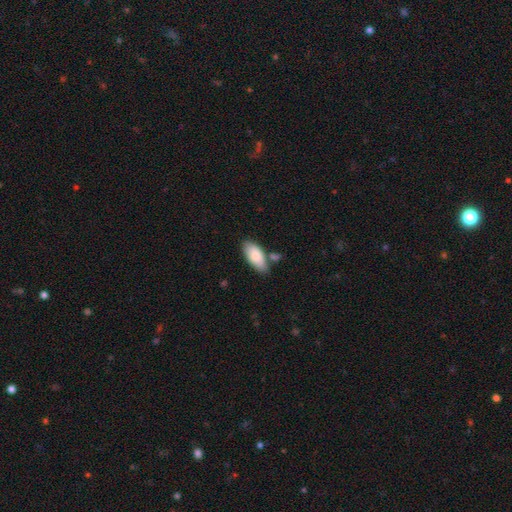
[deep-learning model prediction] Smooth or featured? Predicted: smooth (p=0.84). How rounded? Predicted: in between (p=0.90). Merging? Predicted: none (p=0.67).